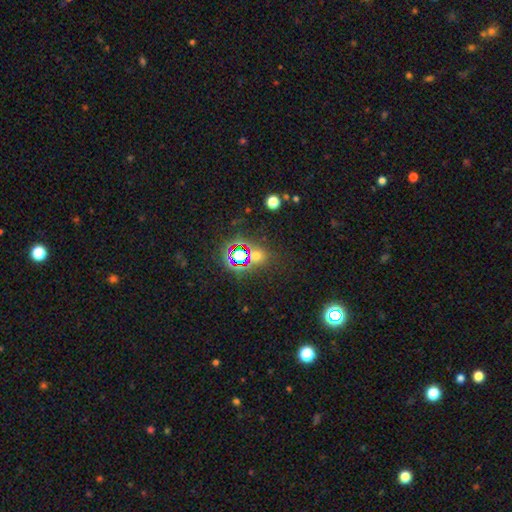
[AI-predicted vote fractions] A star or artifact, not a galaxy (49%).

Vote fractions:
- Smooth or featured? star or artifact: 49% / smooth: 42% / featured or disk: 10%